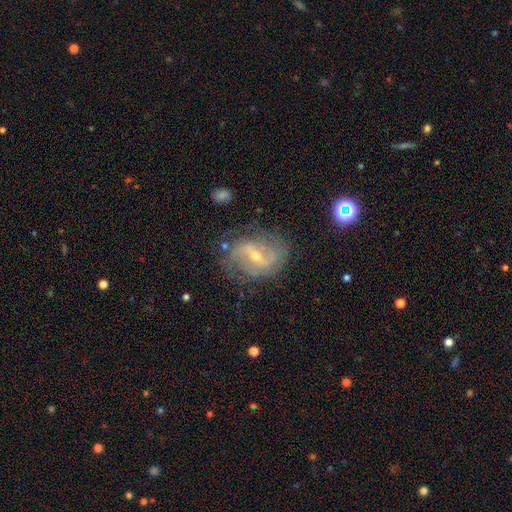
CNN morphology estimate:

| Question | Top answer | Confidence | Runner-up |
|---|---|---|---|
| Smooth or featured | featured or disk | 83% | smooth (9%) |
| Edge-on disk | no | 96% | yes (4%) |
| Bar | weak | 48% | strong (31%) |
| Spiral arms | yes | 91% | no (9%) |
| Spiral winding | medium | 43% | loose (34%) |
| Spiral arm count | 2 | 72% | can't tell (15%) |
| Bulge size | small | 57% | moderate (40%) |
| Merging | none | 70% | minor disturbance (19%) |